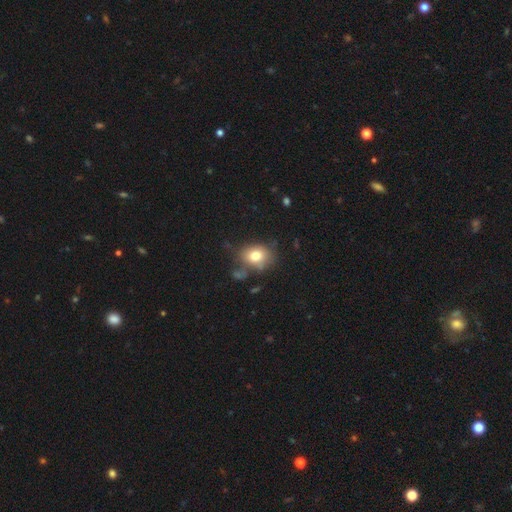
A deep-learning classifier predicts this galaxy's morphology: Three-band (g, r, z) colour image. It shows a smooth galaxy with no disk features (77%) that is in between round and cigar-shaped (55%). Merging: none (62%).